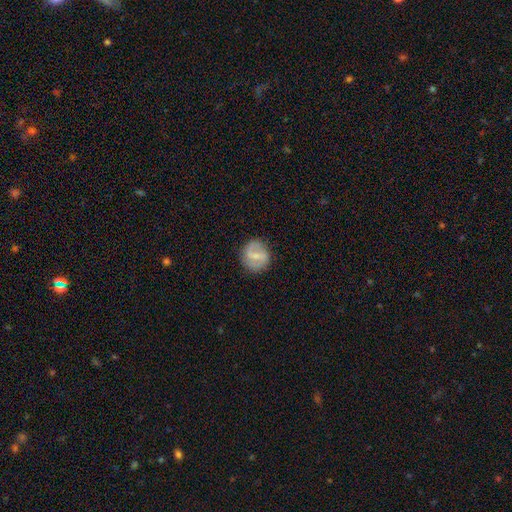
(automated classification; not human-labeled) This is possibly a featured or disk galaxy (56%). It is clearly not viewed edge-on (97%). Bar: possibly weak (48%). Spiral arm pattern: likely yes (75%). Central bulge: possibly small (56%). Merging: likely none (80%).